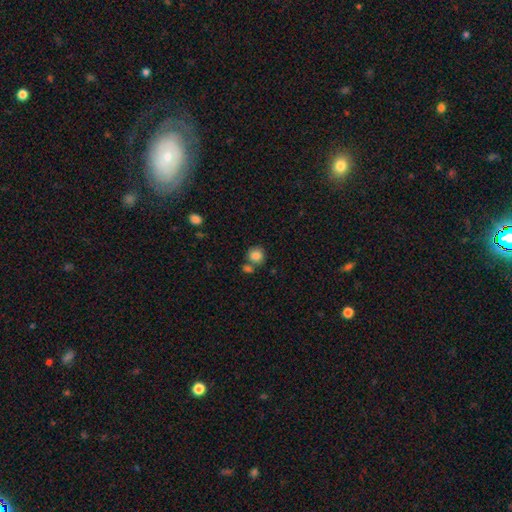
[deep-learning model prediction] The model was most divided on "merging": none: 60%, merger: 25%, minor disturbance: 11%, major disturbance: 4%. More confident: how rounded — round (85%); smooth or featured — smooth (84%).